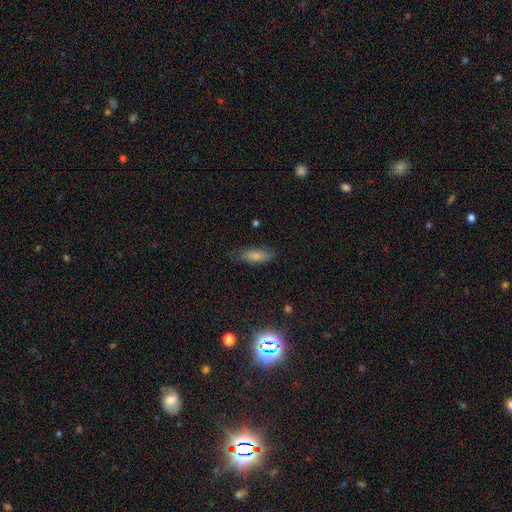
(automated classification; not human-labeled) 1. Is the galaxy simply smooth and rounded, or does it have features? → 77% smooth, 15% featured or disk, 9% star or artifact.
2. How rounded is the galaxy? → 72% in between, 26% cigar-shaped, 2% round.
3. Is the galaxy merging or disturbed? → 73% none, 20% minor disturbance, 5% major disturbance, 2% merger.